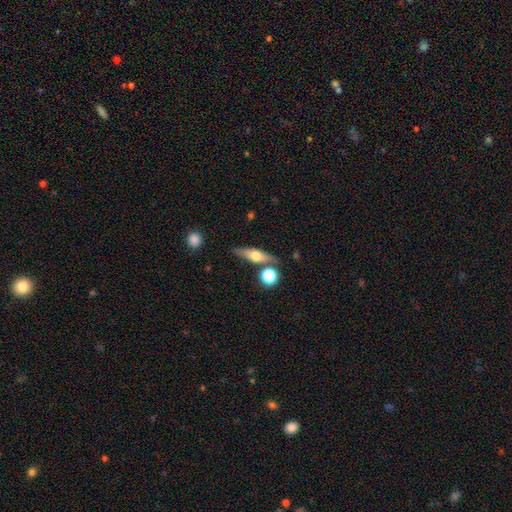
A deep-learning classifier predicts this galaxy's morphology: The model was most divided on "smooth or featured": featured or disk: 49%, smooth: 43%, star or artifact: 8%. More confident: merging — none (75%).